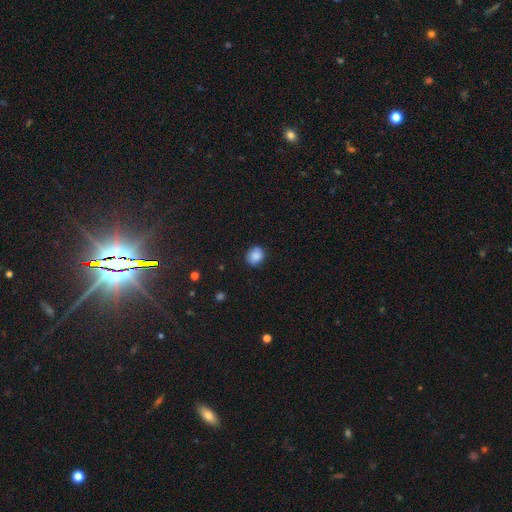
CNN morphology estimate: Q: Smooth or featured?
A: smooth (87%); runner-up: star or artifact (9%)
Q: How rounded?
A: round (68%); runner-up: in between (31%)
Q: Merging?
A: none (86%); runner-up: minor disturbance (11%)